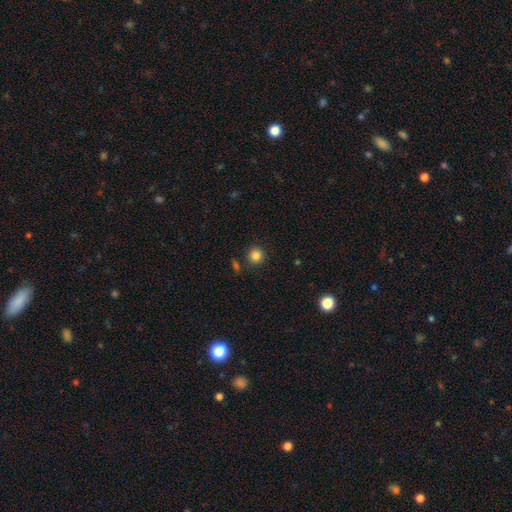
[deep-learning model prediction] This appears to be a smooth galaxy with no disk features (84%) that is round (93%). Merging: none (86%).